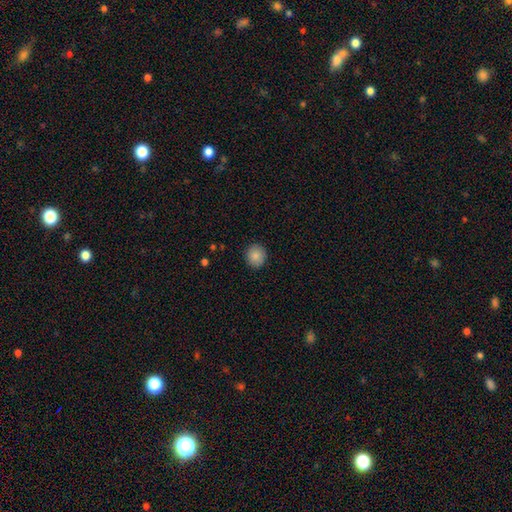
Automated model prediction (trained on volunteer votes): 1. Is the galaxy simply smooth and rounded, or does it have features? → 87% smooth, 9% star or artifact, 4% featured or disk.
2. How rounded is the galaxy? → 85% round, 14% in between, 1% cigar-shaped.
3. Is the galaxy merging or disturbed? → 91% none, 6% minor disturbance, 2% major disturbance, 1% merger.